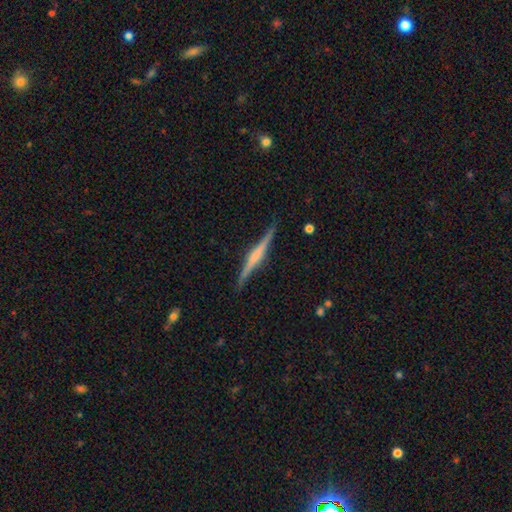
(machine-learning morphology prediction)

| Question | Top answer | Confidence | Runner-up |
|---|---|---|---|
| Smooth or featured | featured or disk | 75% | smooth (20%) |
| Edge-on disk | yes | 98% | no (2%) |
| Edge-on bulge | rounded | 55% | boxy (24%) |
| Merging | none | 88% | minor disturbance (9%) |